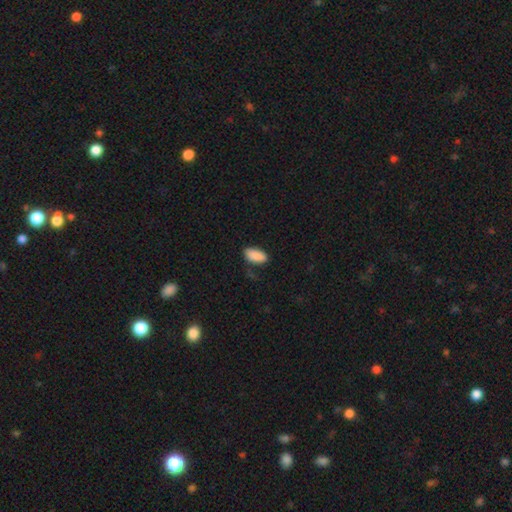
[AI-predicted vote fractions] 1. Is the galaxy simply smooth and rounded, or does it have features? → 90% smooth, 7% star or artifact, 3% featured or disk.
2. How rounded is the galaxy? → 92% in between, 6% cigar-shaped, 2% round.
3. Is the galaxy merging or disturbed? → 77% none, 18% minor disturbance, 4% major disturbance, 2% merger.